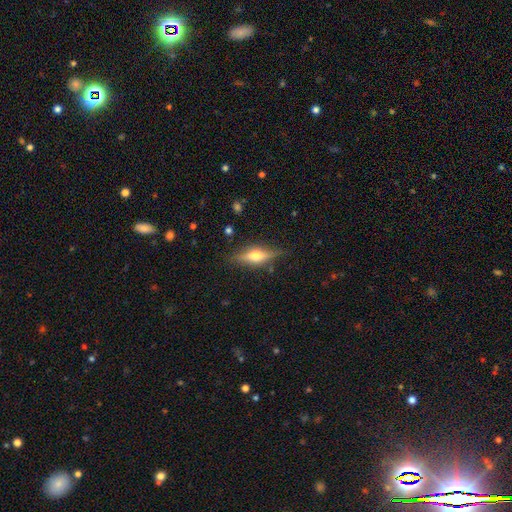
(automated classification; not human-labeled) A featured or disk galaxy (58%) viewed edge-on (92%) with a rounded central bulge (91%). Merging: none (82%).